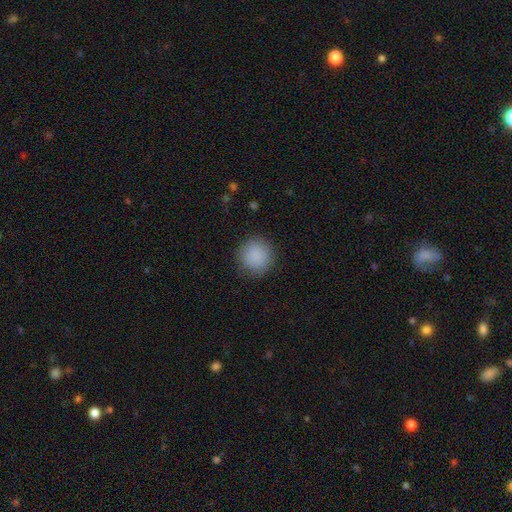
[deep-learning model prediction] smooth 88%, star or artifact 8%, featured or disk 3%. Down the decision tree: how rounded — round (93%); merging — none (88%).